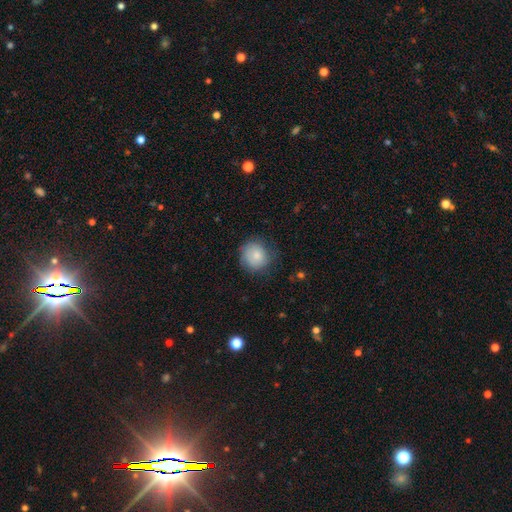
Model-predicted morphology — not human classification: This is clearly a smooth galaxy (82%). How rounded: clearly round (88%). Merging: likely none (72%).